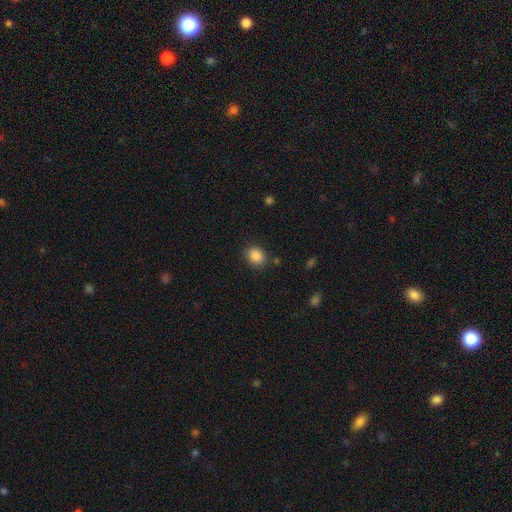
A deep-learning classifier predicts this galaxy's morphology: Q: Smooth or featured?
A: smooth (87%); runner-up: star or artifact (9%)
Q: How rounded?
A: round (53%); runner-up: in between (46%)
Q: Merging?
A: none (84%); runner-up: minor disturbance (10%)